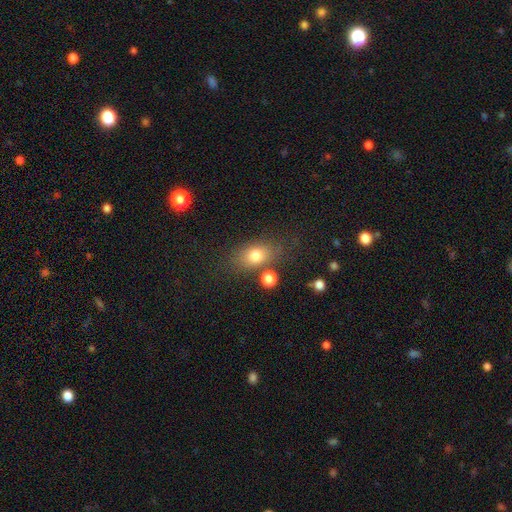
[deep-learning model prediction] A smooth galaxy with no disk features (76%) that is in between round and cigar-shaped (74%).

Vote fractions:
- Smooth or featured? smooth: 76% / featured or disk: 13% / star or artifact: 11%
- How rounded? in between: 74% / round: 23% / cigar-shaped: 4%
- Merging? none: 69% / minor disturbance: 15% / merger: 10% / major disturbance: 6%